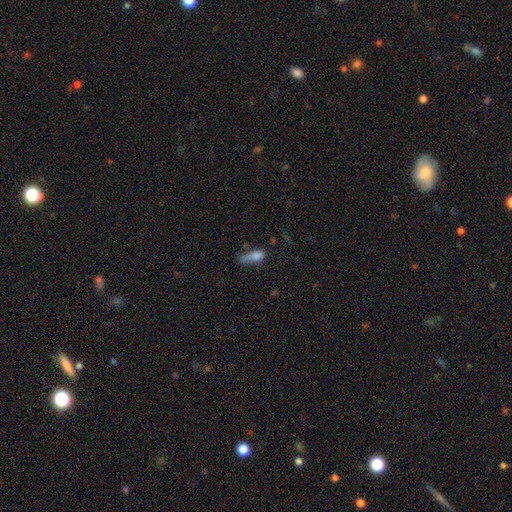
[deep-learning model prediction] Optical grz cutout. It shows a smooth galaxy with no disk features (72%) that is in between round and cigar-shaped (58%). Merging: none (30%).